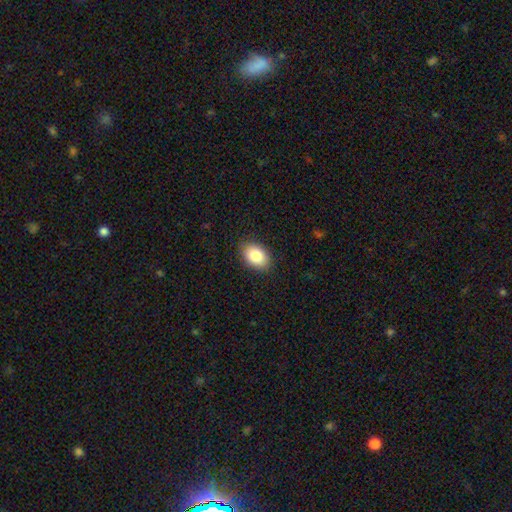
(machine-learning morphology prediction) smooth_or_featured: smooth (p=0.83) [alt: featured or disk p=0.09]
how_rounded: in between (p=0.83) [alt: round p=0.16]
merging: none (p=0.86) [alt: minor disturbance p=0.10]